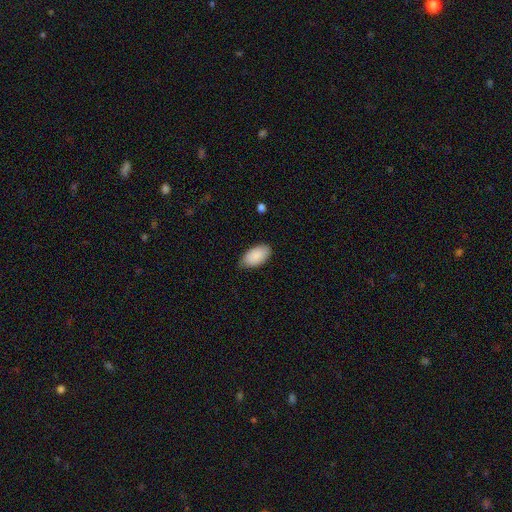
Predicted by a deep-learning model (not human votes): Morphology: type=smooth (89%); roundness=in between (96%); merging=none (79%).